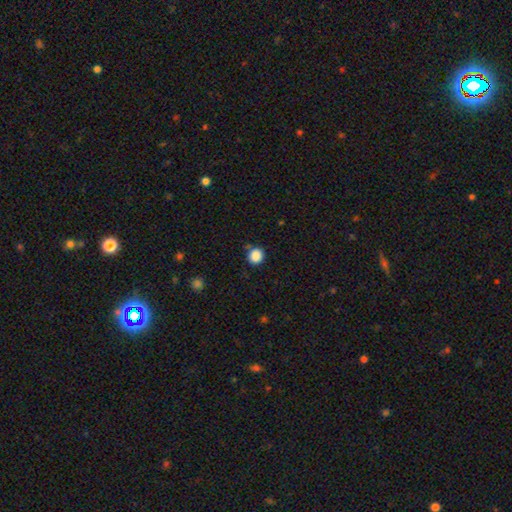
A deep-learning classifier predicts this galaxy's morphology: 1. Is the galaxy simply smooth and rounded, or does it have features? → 87% smooth, 10% star or artifact, 3% featured or disk.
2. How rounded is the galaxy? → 87% round, 12% in between, 1% cigar-shaped.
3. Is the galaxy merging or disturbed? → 80% none, 13% minor disturbance, 4% merger, 3% major disturbance.